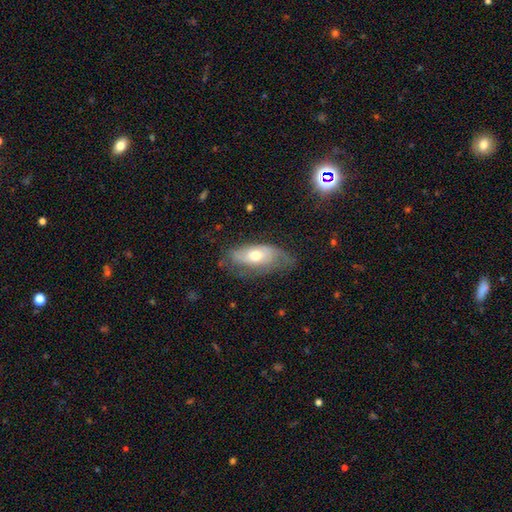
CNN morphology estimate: smooth_or_featured: smooth (p=0.48) [alt: featured or disk p=0.45]
merging: none (p=0.47) [alt: minor disturbance p=0.33]